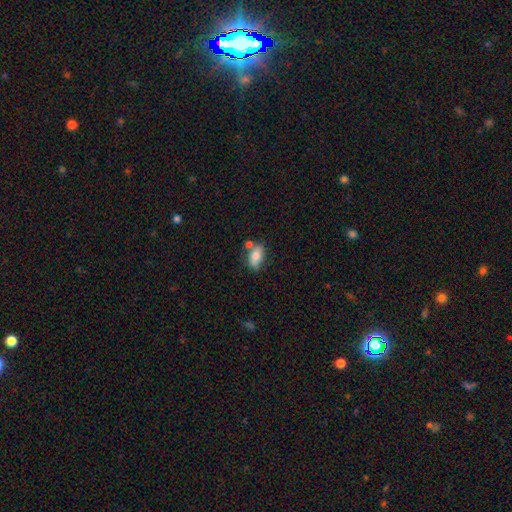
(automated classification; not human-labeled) Smooth or featured?
  - smooth: 73% *
  - featured or disk: 19%
  - star or artifact: 7%
How rounded?
  - in between: 87% *
  - cigar-shaped: 7%
  - round: 6%
Merging?
  - none: 60% *
  - merger: 17%
  - minor disturbance: 17%
  - major disturbance: 5%